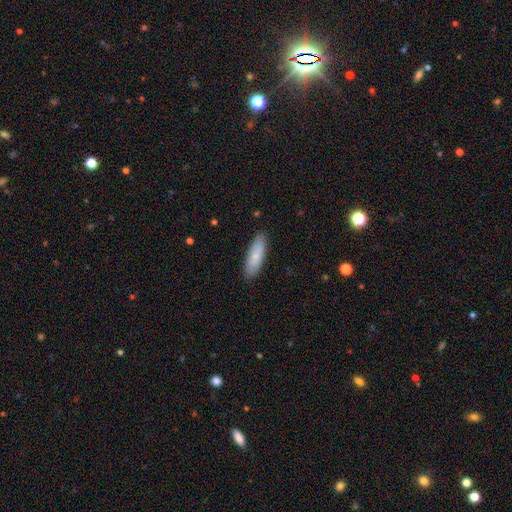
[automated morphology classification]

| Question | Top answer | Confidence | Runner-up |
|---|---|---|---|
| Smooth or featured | smooth | 78% | featured or disk (16%) |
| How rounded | in between | 51% | cigar-shaped (47%) |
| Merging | none | 88% | minor disturbance (10%) |